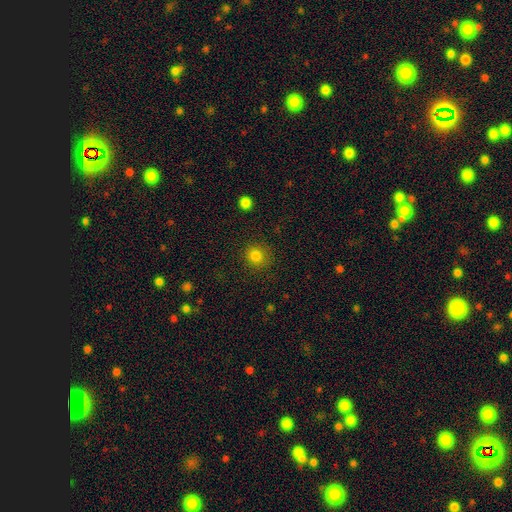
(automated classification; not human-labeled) Smooth or featured? Predicted: smooth (p=0.82). How rounded? Predicted: round (p=0.89). Merging? Predicted: none (p=0.87).